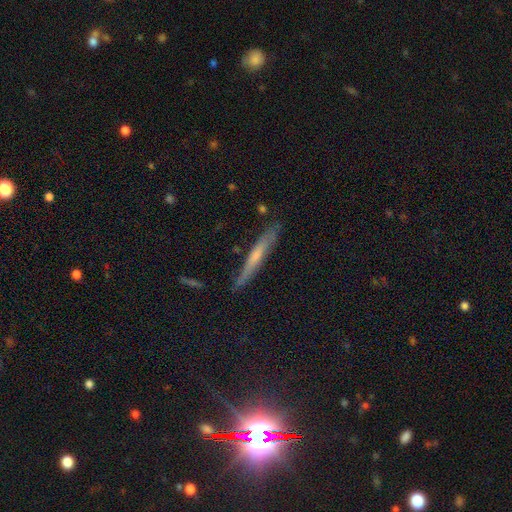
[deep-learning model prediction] A featured or disk galaxy (49%). Merging: none (82%).